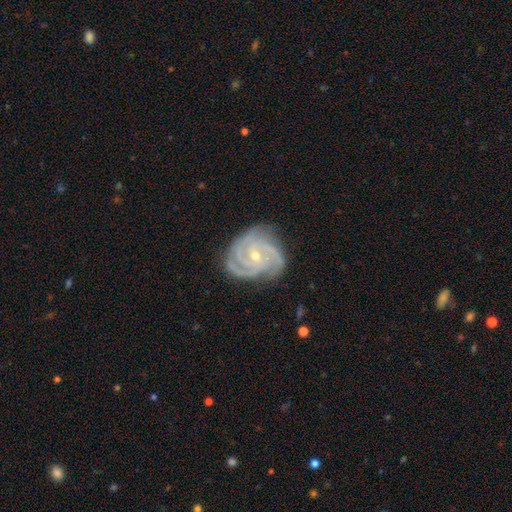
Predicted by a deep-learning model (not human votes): smooth_or_featured: featured or disk (p=0.91) [alt: star or artifact p=0.05]
disk_edge_on: no (p=0.98) [alt: yes p=0.02]
bar: no (p=0.64) [alt: weak p=0.28]
has_spiral_arms: yes (p=0.99) [alt: no p=0.01]
spiral_winding: tight (p=0.70) [alt: medium p=0.27]
spiral_arm_count: 3 (p=0.52) [alt: 4 p=0.23]
bulge_size: small (p=0.64) [alt: moderate p=0.34]
merging: none (p=0.77) [alt: minor disturbance p=0.18]